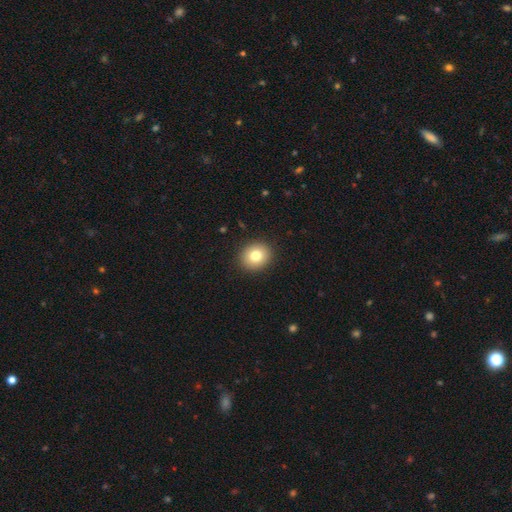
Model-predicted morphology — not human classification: Smooth or featured? Predicted: smooth (p=0.79). How rounded? Predicted: round (p=0.77). Merging? Predicted: none (p=0.91).